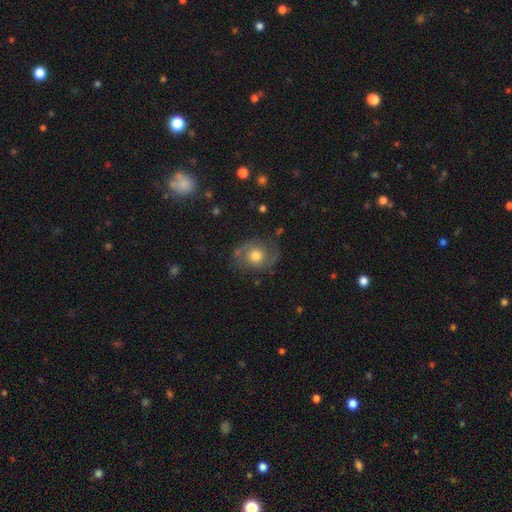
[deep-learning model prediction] smooth-or-featured: featured or disk: 63% | smooth: 28% | star or artifact: 9%
  disk-edge-on: no: 97% | yes: 3%
    bar: no: 76% | weak: 20% | strong: 4%
    has-spiral-arms: yes: 84% | no: 16%
      spiral-winding: medium: 51% | loose: 28% | tight: 21%
      spiral-arm-count: 2: 89% | can't tell: 5% | 1: 3% | 3: 1% | 4: 1% | more than 4: 1%
    bulge-size: moderate: 67% | large: 18% | small: 11% | dominant: 2% | none: 1%
  merging: none: 75% | minor disturbance: 15% | major disturbance: 8% | merger: 2%